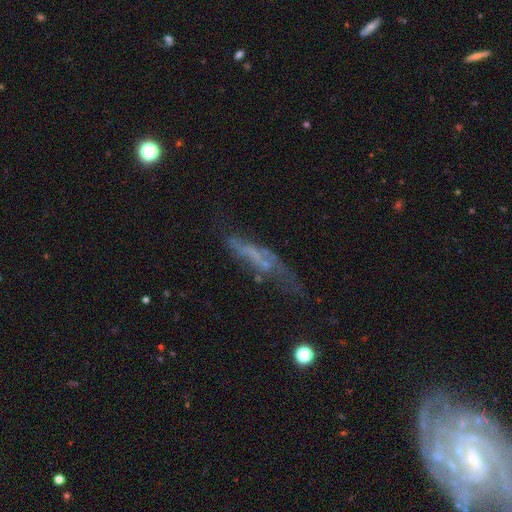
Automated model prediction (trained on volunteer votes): The model was most divided on "edge-on disk": no: 53%, yes: 47%. Remaining: smooth or featured — featured or disk (52%); merging — none (45%).